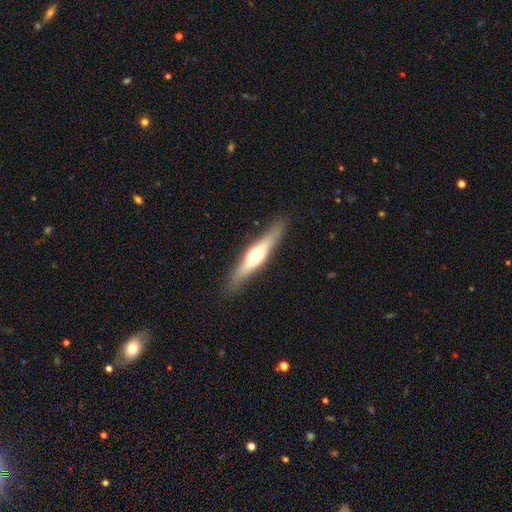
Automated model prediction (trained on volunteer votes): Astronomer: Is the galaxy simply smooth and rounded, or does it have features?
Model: featured or disk — 55% (runner-up: smooth, 39%).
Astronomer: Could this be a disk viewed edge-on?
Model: yes — 91%.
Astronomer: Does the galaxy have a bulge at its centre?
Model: rounded — 85%.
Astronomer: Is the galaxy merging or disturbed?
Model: none — 86%.